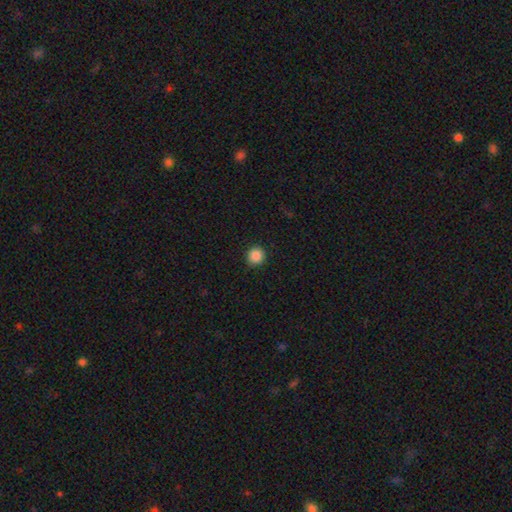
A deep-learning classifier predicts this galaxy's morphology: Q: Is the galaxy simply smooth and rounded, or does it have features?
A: smooth — 87%.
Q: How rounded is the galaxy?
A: round — 92%.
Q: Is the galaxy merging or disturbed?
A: none — 92%.